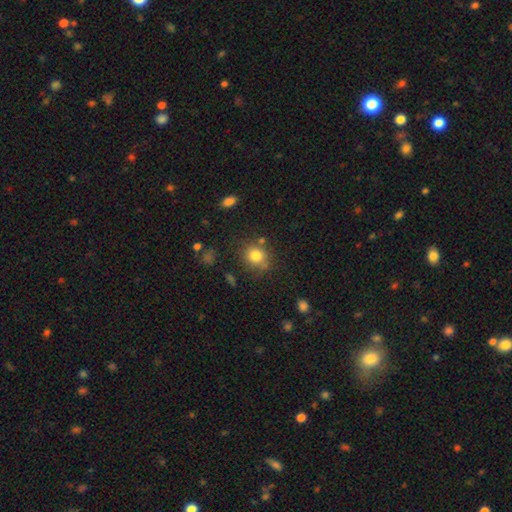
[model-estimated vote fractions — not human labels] The model was most divided on "how rounded": round: 78%, in between: 21%, cigar-shaped: 1%. More confident: smooth or featured — smooth (80%); merging — none (73%).